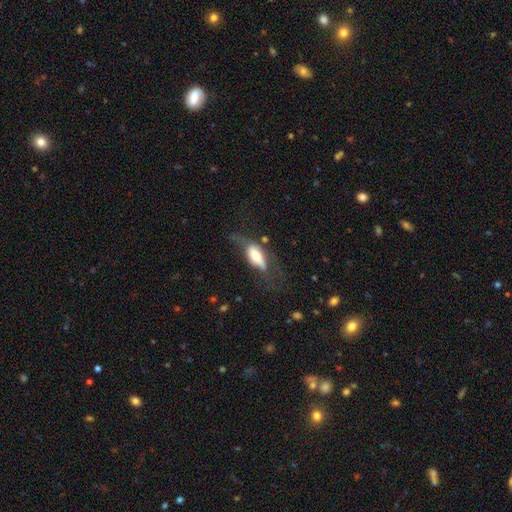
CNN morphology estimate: A smooth galaxy with no disk features (50%).

Vote fractions:
- Smooth or featured? smooth: 50% / featured or disk: 44% / star or artifact: 7%
- Merging? none: 37% / major disturbance: 32% / minor disturbance: 26% / merger: 4%